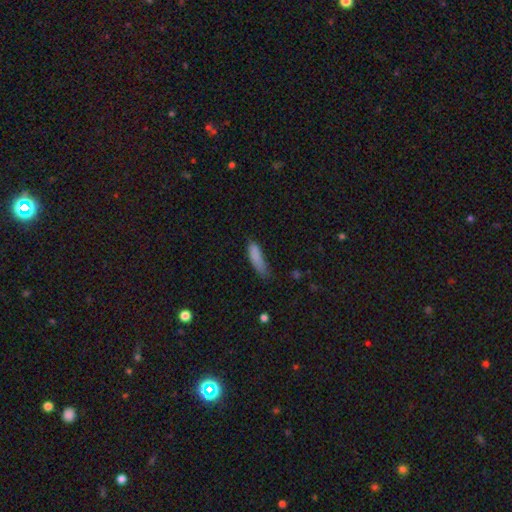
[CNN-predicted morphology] Overall: smooth (84%). How rounded: cigar-shaped (58%; in between 40%). Merging: none (46%; minor disturbance 38%).